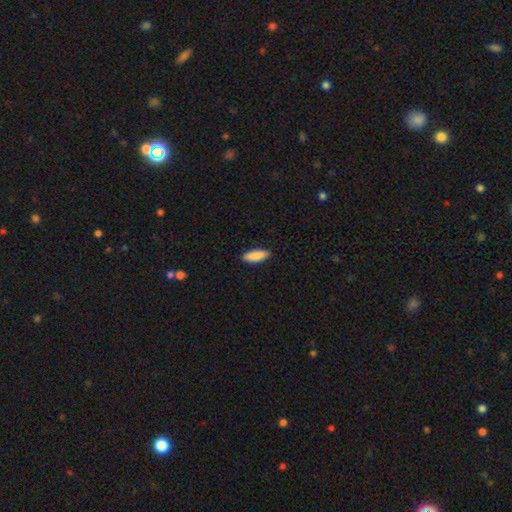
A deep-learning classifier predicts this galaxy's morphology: The model was most divided on "how rounded": in between: 58%, cigar-shaped: 40%, round: 2%. More confident: merging — none (90%); smooth or featured — smooth (89%).